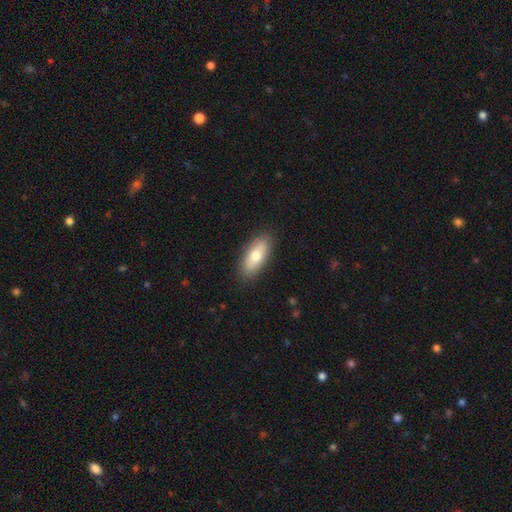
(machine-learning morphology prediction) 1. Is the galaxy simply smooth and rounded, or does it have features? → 73% smooth, 20% featured or disk, 6% star or artifact.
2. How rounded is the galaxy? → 79% in between, 18% cigar-shaped, 3% round.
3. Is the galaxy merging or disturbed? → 87% none, 9% minor disturbance, 2% major disturbance, 1% merger.